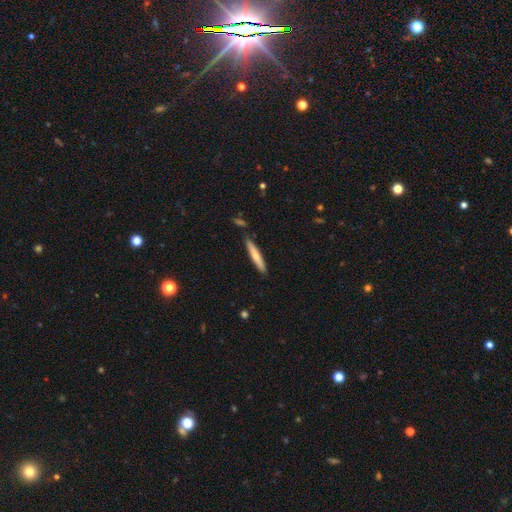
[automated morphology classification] A smooth galaxy with no disk features (64%) that is cigar-shaped (93%).

Vote fractions:
- Smooth or featured? smooth: 64% / featured or disk: 31% / star or artifact: 5%
- How rounded? cigar-shaped: 93% / in between: 6% / round: 1%
- Merging? none: 86% / minor disturbance: 9% / merger: 3% / major disturbance: 2%